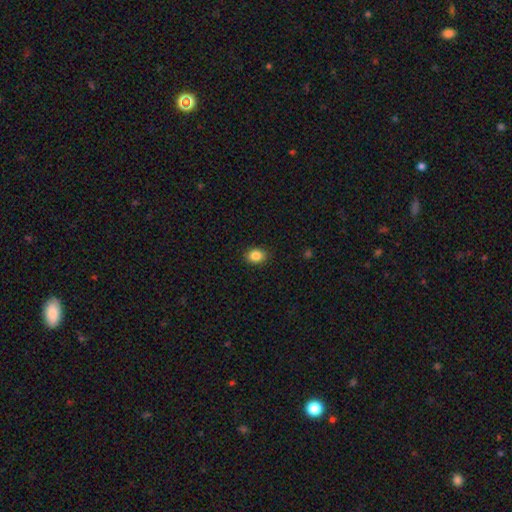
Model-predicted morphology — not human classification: The model was most divided on "how rounded": in between: 57%, round: 42%, cigar-shaped: 1%. More confident: merging — none (90%); smooth or featured — smooth (86%).